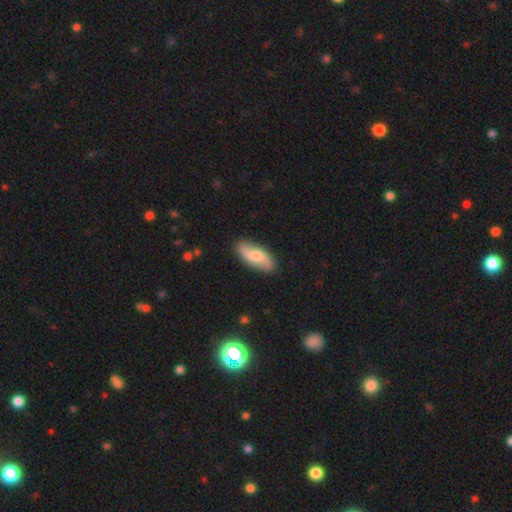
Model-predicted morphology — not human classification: Smooth or featured? featured or disk (51%)
Edge-on disk? no (89%)
Merging? none (86%)